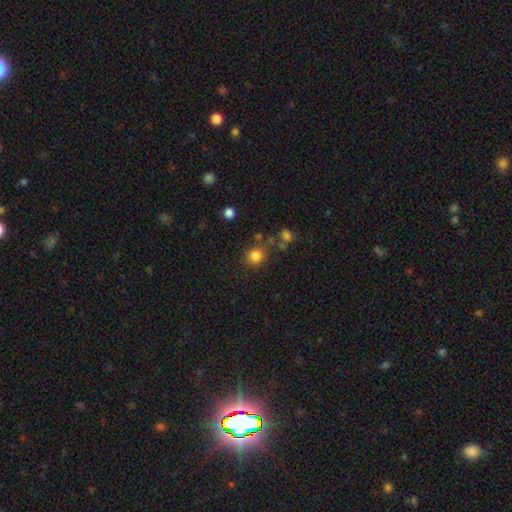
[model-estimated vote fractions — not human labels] Overall: smooth (82%). How rounded: round (88%). Merging: none (77%).